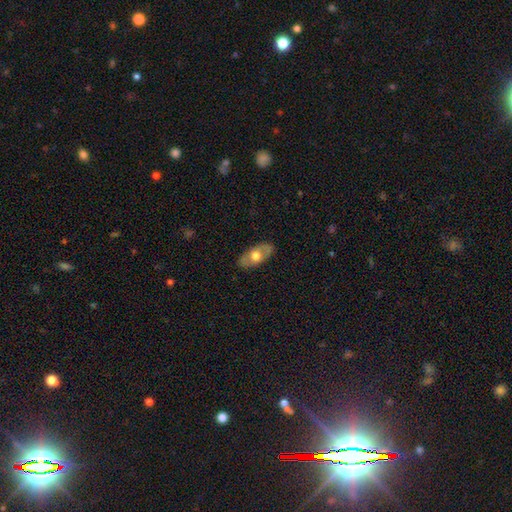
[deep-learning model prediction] The model was most divided on "smooth or featured": smooth: 56%, featured or disk: 39%, star or artifact: 6%. More confident: how rounded — in between (89%); merging — none (84%).